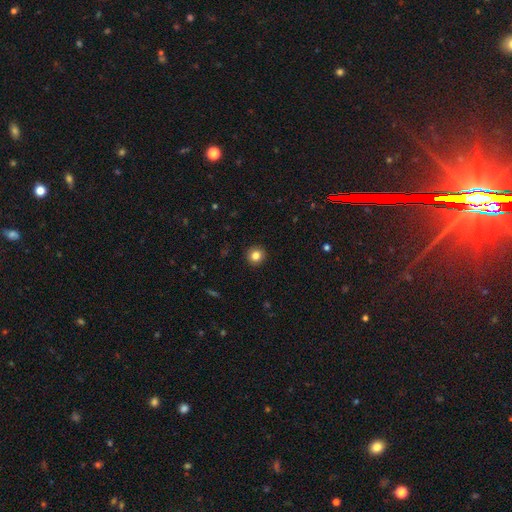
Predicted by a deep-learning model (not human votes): Smooth or featured: smooth — 82% (star or artifact — 11%)
How rounded: round — 93% (in between — 6%)
Merging: none — 93% (minor disturbance — 5%)